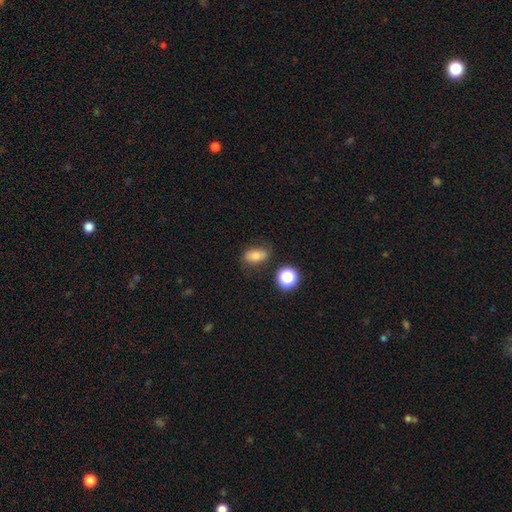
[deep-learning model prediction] A smooth galaxy with no disk features (74%) that is in between round and cigar-shaped (82%).

Vote fractions:
- Smooth or featured? smooth: 74% / featured or disk: 14% / star or artifact: 13%
- How rounded? in between: 82% / round: 15% / cigar-shaped: 4%
- Merging? none: 76% / minor disturbance: 16% / major disturbance: 5% / merger: 3%